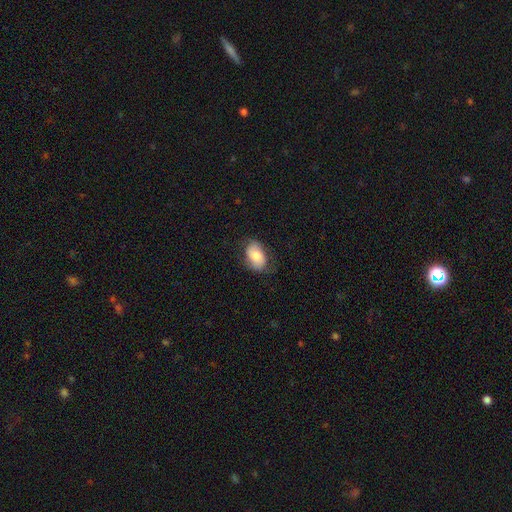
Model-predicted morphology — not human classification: smooth-or-featured: smooth: 74% | featured or disk: 19% | star or artifact: 7%
  how-rounded: in between: 87% | round: 12% | cigar-shaped: 1%
  merging: none: 71% | minor disturbance: 22% | major disturbance: 7% | merger: 1%